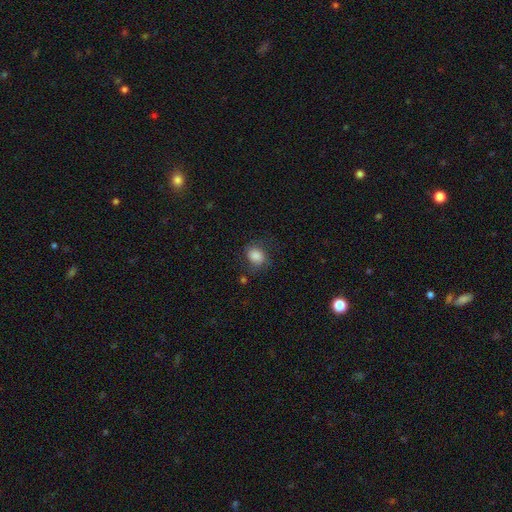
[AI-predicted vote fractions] Overall: smooth (82%). How rounded: round (52%; in between 47%). Merging: none (68%).